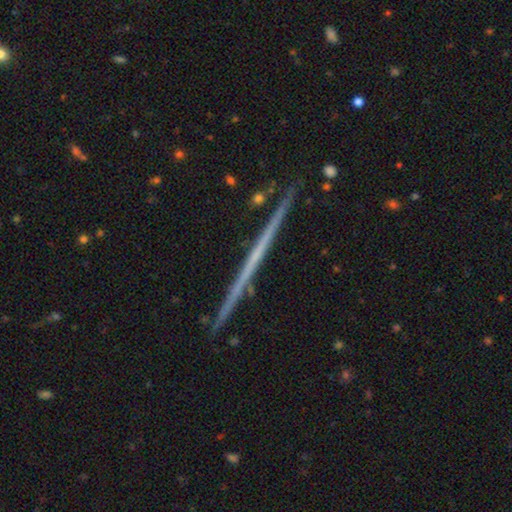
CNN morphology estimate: smooth-or-featured: featured or disk: 70% | smooth: 23% | star or artifact: 6%
  disk-edge-on: yes: 98% | no: 2%
    edge-on-bulge: none: 91% | rounded: 6% | boxy: 3%
  merging: none: 91% | minor disturbance: 6% | merger: 1% | major disturbance: 1%